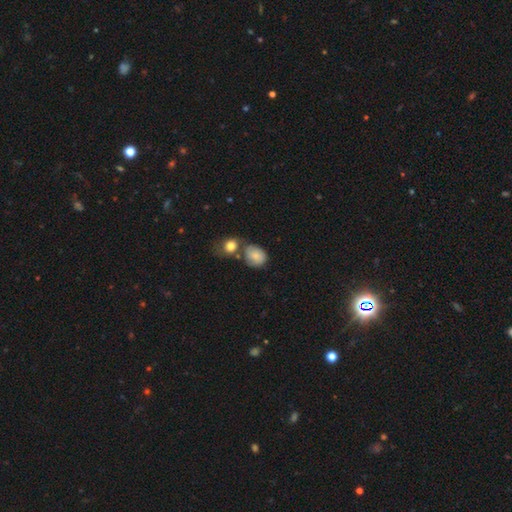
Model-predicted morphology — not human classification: Overall: smooth (74%). How rounded: round (54%; in between 45%). Merging: none (43%; merger 28%).